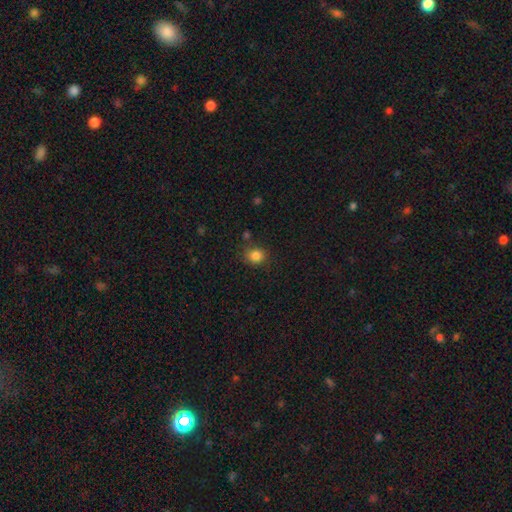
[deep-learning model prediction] Morphology: type=smooth (84%); roundness=round (74%); merging=none (80%).